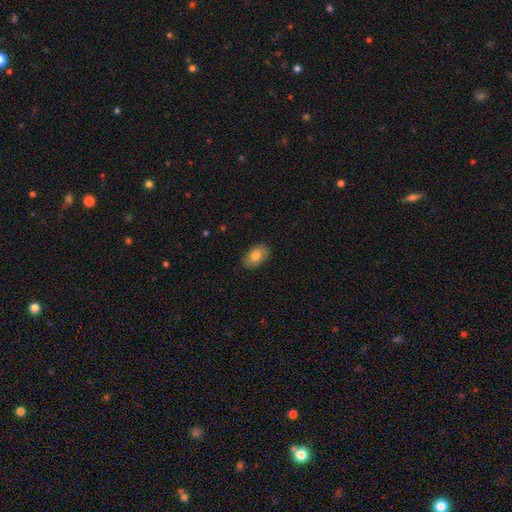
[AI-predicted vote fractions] Q: Smooth or featured?
A: smooth (79%); runner-up: featured or disk (14%)
Q: How rounded?
A: in between (89%); runner-up: round (9%)
Q: Merging?
A: none (81%); runner-up: minor disturbance (15%)